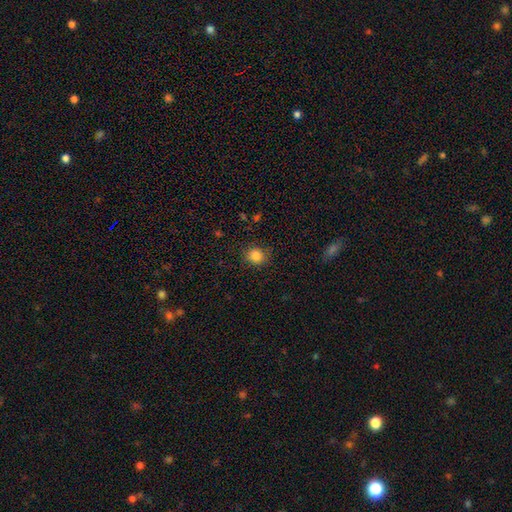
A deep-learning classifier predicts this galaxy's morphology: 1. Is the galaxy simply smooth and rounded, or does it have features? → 83% smooth, 11% star or artifact, 5% featured or disk.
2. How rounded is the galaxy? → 78% round, 21% in between, 1% cigar-shaped.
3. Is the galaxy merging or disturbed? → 86% none, 10% minor disturbance, 3% major disturbance, 1% merger.